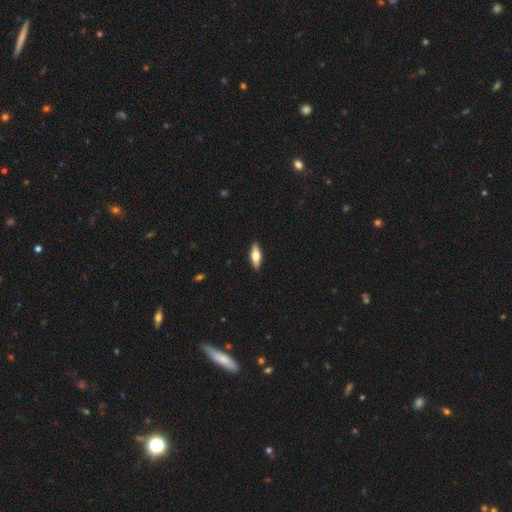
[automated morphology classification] Smooth or featured? smooth (55%)
How rounded? in between (57%)
Merging? none (90%)